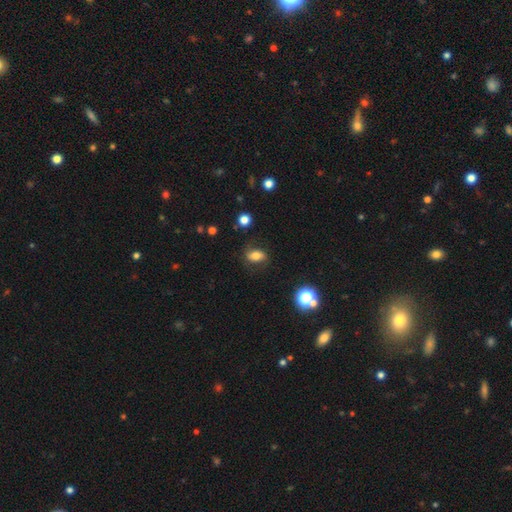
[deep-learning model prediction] Q: Smooth or featured?
A: smooth (64%); runner-up: featured or disk (25%)
Q: How rounded?
A: in between (78%); runner-up: round (18%)
Q: Merging?
A: none (73%); runner-up: minor disturbance (18%)